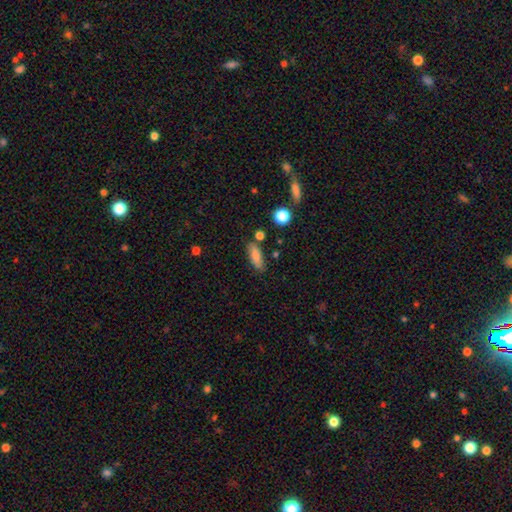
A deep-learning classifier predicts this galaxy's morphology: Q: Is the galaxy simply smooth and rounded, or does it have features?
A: smooth — 82%.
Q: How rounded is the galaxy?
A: in between — 65%.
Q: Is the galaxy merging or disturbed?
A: none — 78%.